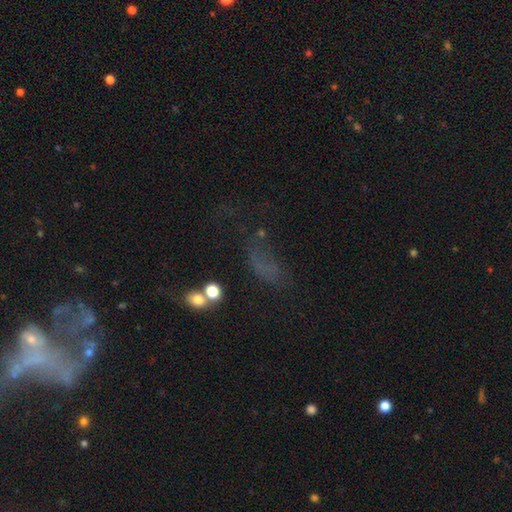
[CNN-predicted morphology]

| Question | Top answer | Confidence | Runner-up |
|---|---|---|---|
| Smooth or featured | smooth | 43% | star or artifact (33%) |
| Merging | none | 38% | major disturbance (32%) |